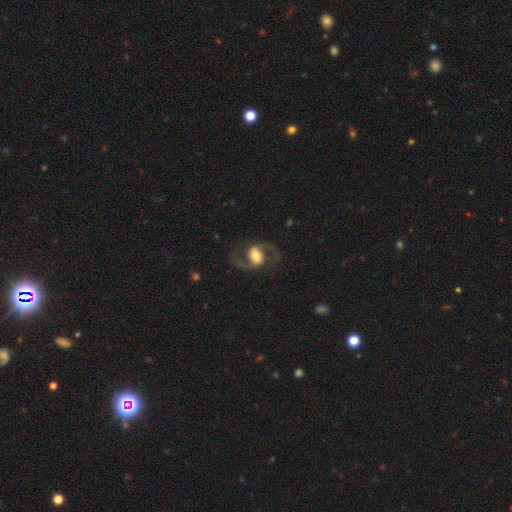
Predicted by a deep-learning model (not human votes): smooth_or_featured: featured or disk (p=0.77) [alt: smooth p=0.17]
disk_edge_on: no (p=0.96) [alt: yes p=0.04]
bar: weak (p=0.38) [alt: no p=0.35]
has_spiral_arms: yes (p=0.89) [alt: no p=0.11]
spiral_winding: medium (p=0.51) [alt: loose p=0.39]
spiral_arm_count: 2 (p=0.92) [alt: can't tell p=0.03]
bulge_size: moderate (p=0.56) [alt: large p=0.26]
merging: none (p=0.74) [alt: minor disturbance p=0.12]